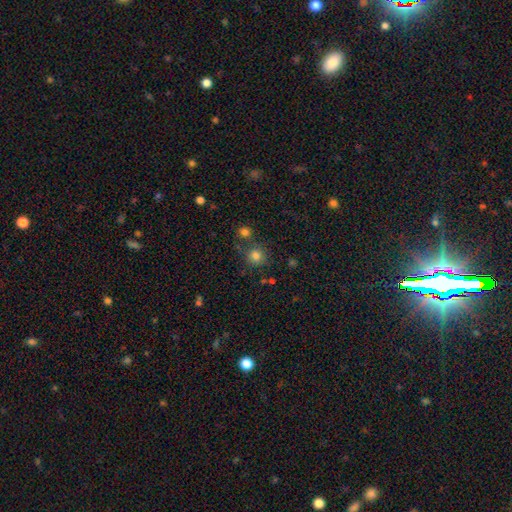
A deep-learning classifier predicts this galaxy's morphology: A smooth galaxy with no disk features (80%) that is round (91%).

Vote fractions:
- Smooth or featured? smooth: 80% / star or artifact: 14% / featured or disk: 6%
- How rounded? round: 91% / in between: 8% / cigar-shaped: 1%
- Merging? none: 72% / merger: 14% / minor disturbance: 10% / major disturbance: 4%